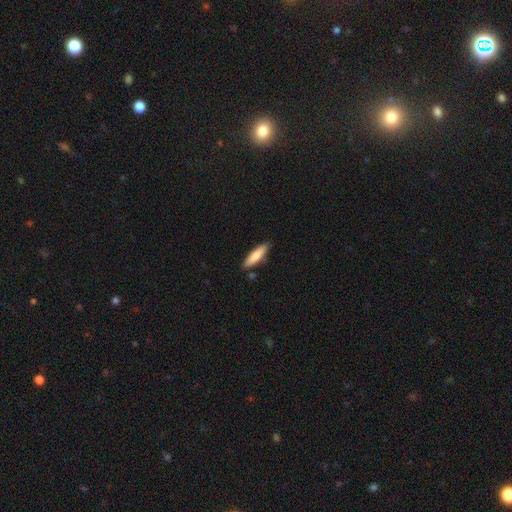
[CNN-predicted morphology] Overall: smooth (82%). How rounded: cigar-shaped (68%; in between 30%). Merging: none (84%).